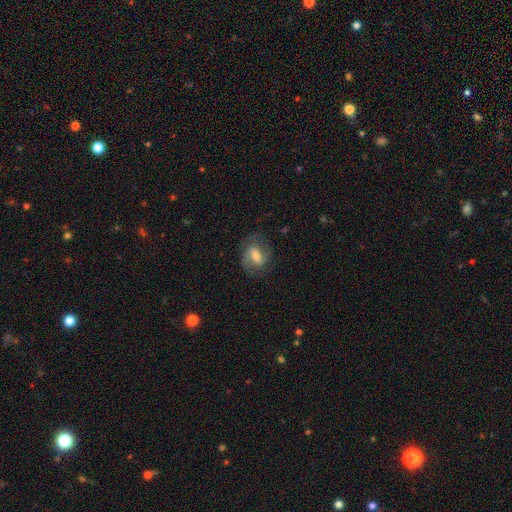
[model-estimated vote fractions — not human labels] This is likely a featured or disk galaxy (65%). It is clearly not viewed edge-on (96%). Bar: possibly weak (47%). Spiral arm pattern: clearly yes (86%). Spiral arm count: clearly 2 (81%). Spiral winding: possibly medium (48%). Central bulge: possibly moderate (56%). Merging: likely none (71%).